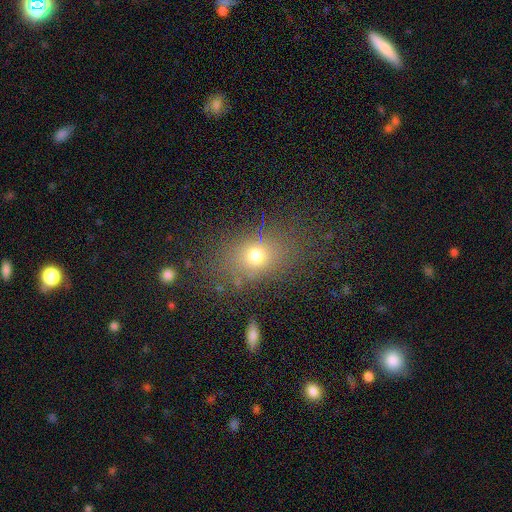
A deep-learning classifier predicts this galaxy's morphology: smooth_or_featured: smooth (p=0.72) [alt: star or artifact p=0.16]
how_rounded: in between (p=0.66) [alt: round p=0.32]
merging: none (p=0.77) [alt: minor disturbance p=0.13]